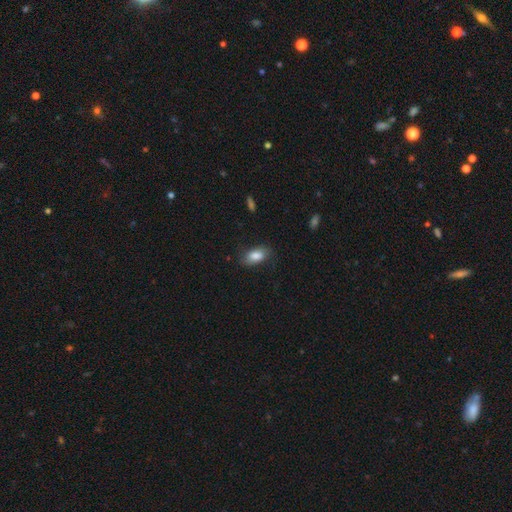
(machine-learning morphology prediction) The model was most divided on "merging": none: 73%, minor disturbance: 19%, major disturbance: 6%, merger: 1%. More confident: how rounded — in between (90%); smooth or featured — smooth (82%).